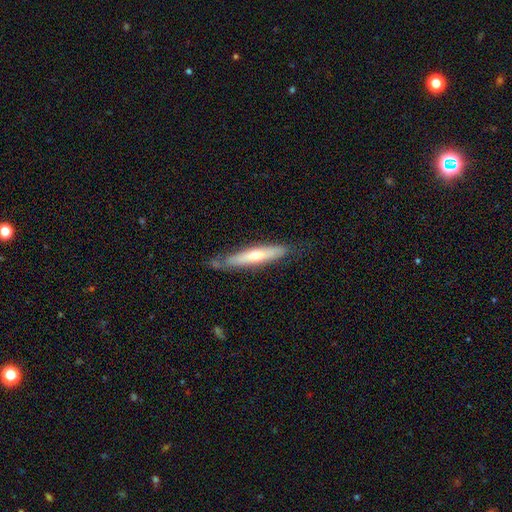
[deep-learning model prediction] smooth-or-featured: featured or disk: 48% | smooth: 45% | star or artifact: 6%
  merging: none: 73% | minor disturbance: 20% | major disturbance: 5% | merger: 3%